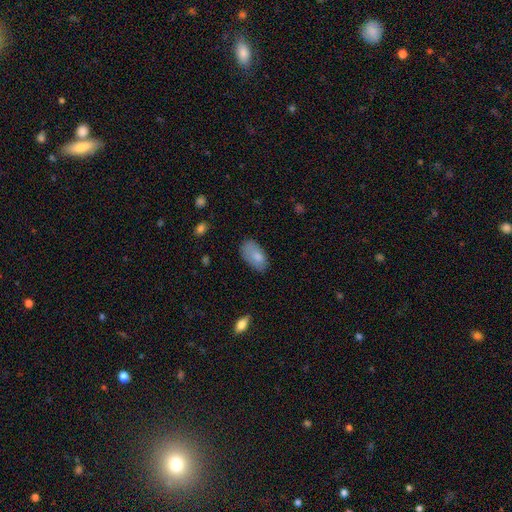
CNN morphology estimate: smooth 81%, featured or disk 13%, star or artifact 7%. Down the decision tree: how rounded — in between (94%); merging — none (67%).